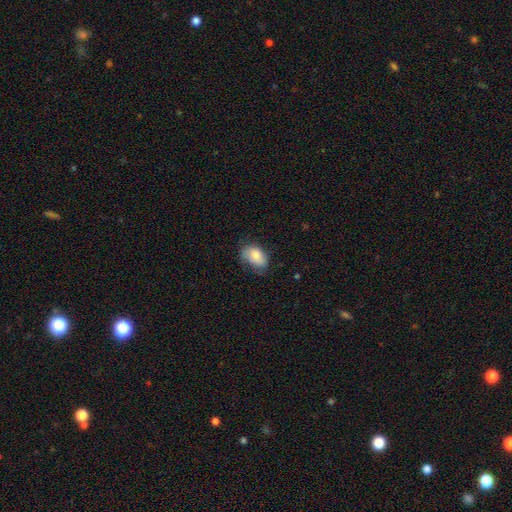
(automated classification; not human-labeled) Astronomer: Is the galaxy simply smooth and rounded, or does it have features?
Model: smooth — 78%.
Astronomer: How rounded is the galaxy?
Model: in between — 83%.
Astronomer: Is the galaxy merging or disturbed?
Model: none — 57%.